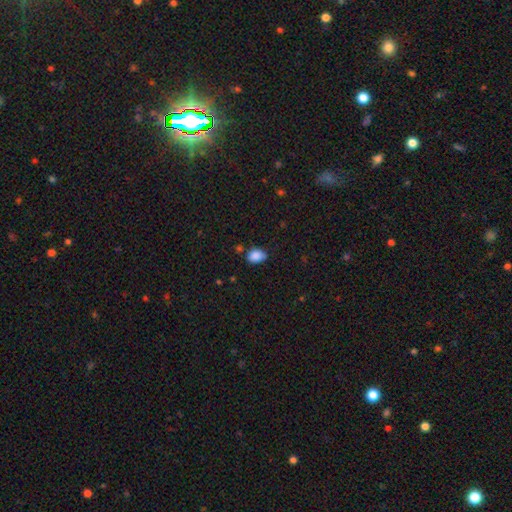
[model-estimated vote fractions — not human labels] Morphology: type=smooth (87%); roundness=in between (78%); merging=none (63%).